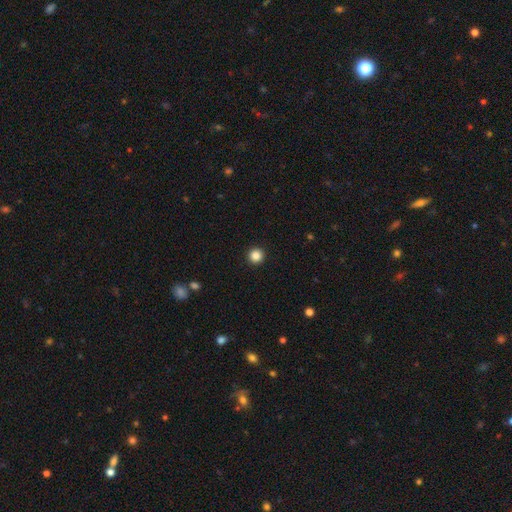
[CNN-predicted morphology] A smooth galaxy with no disk features (86%) that is round (96%).

Vote fractions:
- Smooth or featured? smooth: 86% / star or artifact: 11% / featured or disk: 3%
- How rounded? round: 96% / in between: 3% / cigar-shaped: 1%
- Merging? none: 94% / minor disturbance: 4% / major disturbance: 1% / merger: 1%